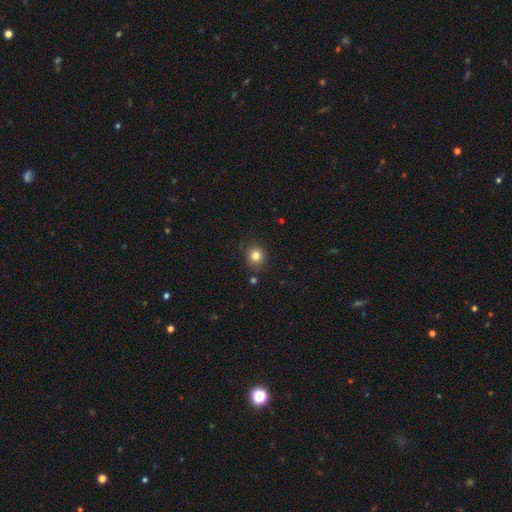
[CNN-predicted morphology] This is clearly a smooth galaxy (81%). How rounded: clearly round (82%). Merging: clearly none (84%).